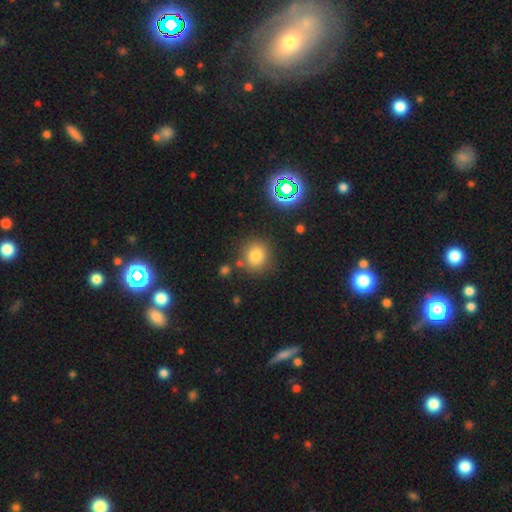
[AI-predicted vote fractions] Smooth or featured: smooth — 79% (star or artifact — 14%)
How rounded: round — 88% (in between — 11%)
Merging: none — 80% (minor disturbance — 10%)